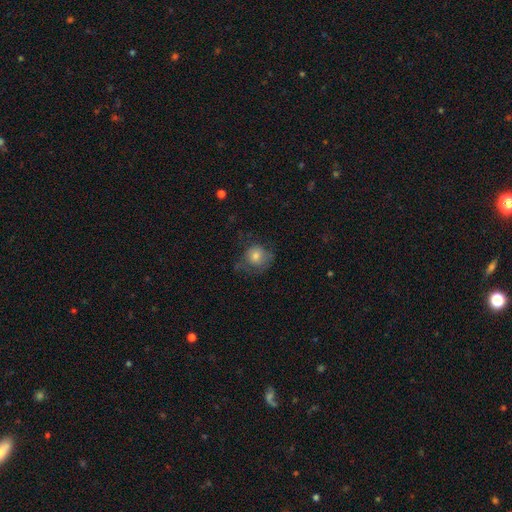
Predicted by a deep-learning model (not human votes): This is likely a smooth galaxy (69%). How rounded: likely round (78%). Merging: possibly none (53%).